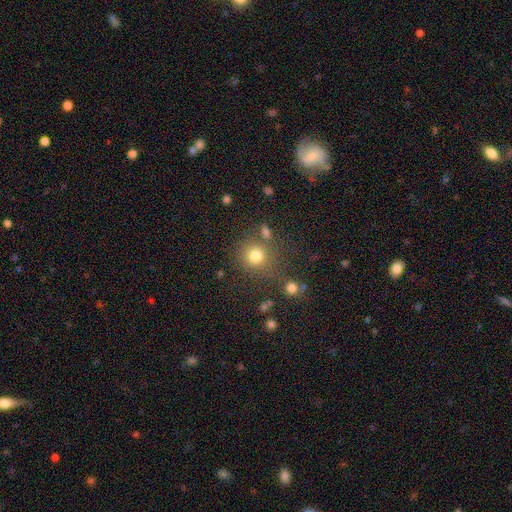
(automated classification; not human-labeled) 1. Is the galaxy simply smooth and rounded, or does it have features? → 78% smooth, 15% star or artifact, 7% featured or disk.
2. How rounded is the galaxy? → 90% round, 9% in between, 1% cigar-shaped.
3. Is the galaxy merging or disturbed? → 71% none, 12% merger, 11% minor disturbance, 6% major disturbance.